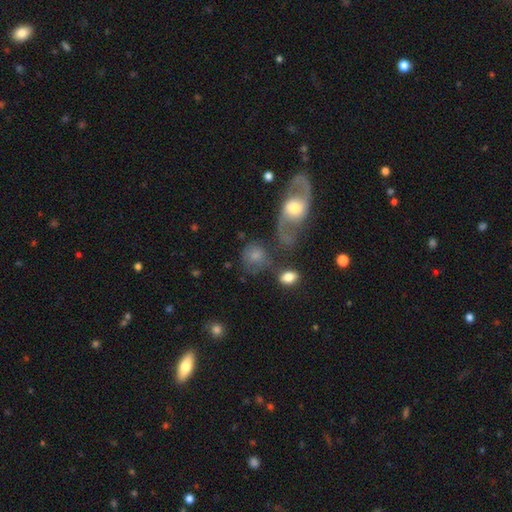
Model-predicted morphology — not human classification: The model was most divided on "merging": none: 42%, merger: 22%, major disturbance: 19%, minor disturbance: 17%. More confident: how rounded — round (68%); smooth or featured — smooth (68%).